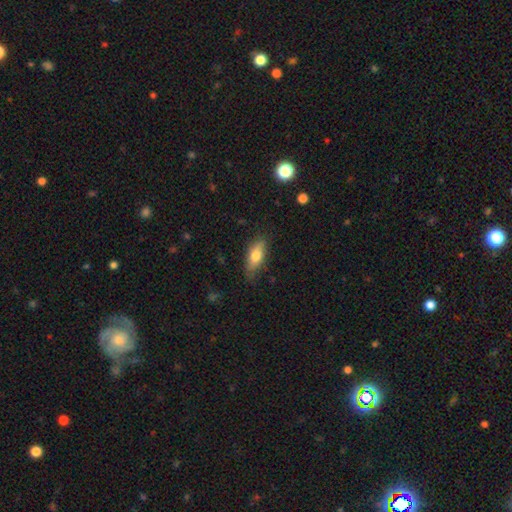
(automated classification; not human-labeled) Overall: smooth (71%). How rounded: in between (72%). Merging: none (77%).